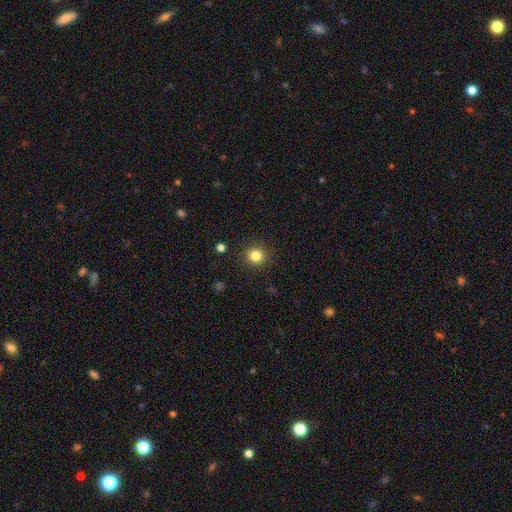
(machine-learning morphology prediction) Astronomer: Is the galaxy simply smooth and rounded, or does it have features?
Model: smooth — 83%.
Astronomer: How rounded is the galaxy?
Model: round — 93%.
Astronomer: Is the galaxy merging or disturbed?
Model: none — 92%.